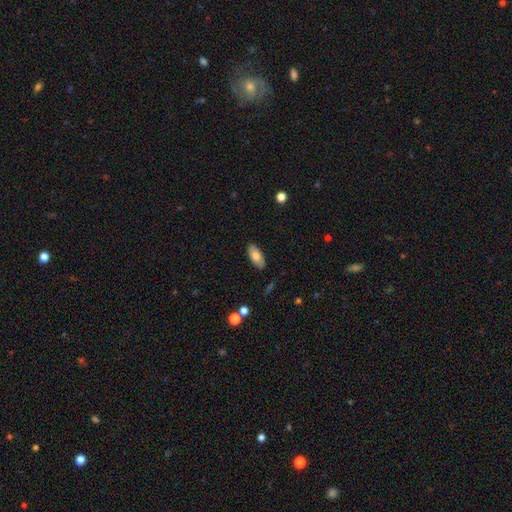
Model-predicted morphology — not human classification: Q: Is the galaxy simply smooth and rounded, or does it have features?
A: smooth — 77%.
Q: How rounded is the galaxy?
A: in between — 88%.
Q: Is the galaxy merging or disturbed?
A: none — 88%.